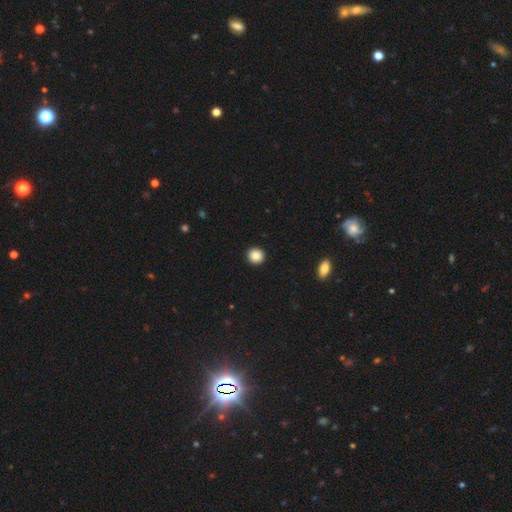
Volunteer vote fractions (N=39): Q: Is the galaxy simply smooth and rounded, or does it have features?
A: smooth — 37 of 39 (95%).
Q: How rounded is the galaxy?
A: round — 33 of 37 (89%).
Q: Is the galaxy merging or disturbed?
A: none — 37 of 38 (97%).